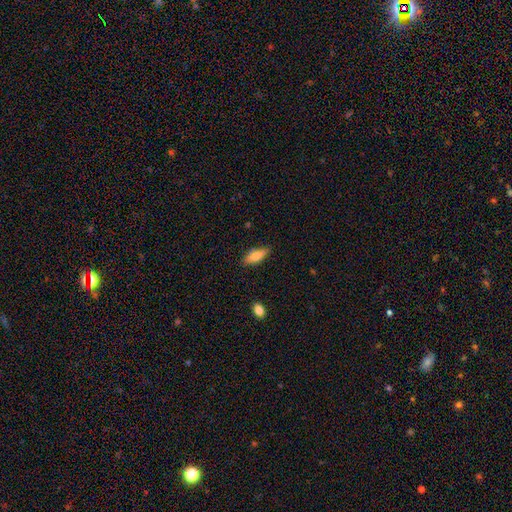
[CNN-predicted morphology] Q: Smooth or featured?
A: smooth (68%); runner-up: featured or disk (25%)
Q: How rounded?
A: in between (58%); runner-up: cigar-shaped (40%)
Q: Merging?
A: none (83%); runner-up: minor disturbance (13%)